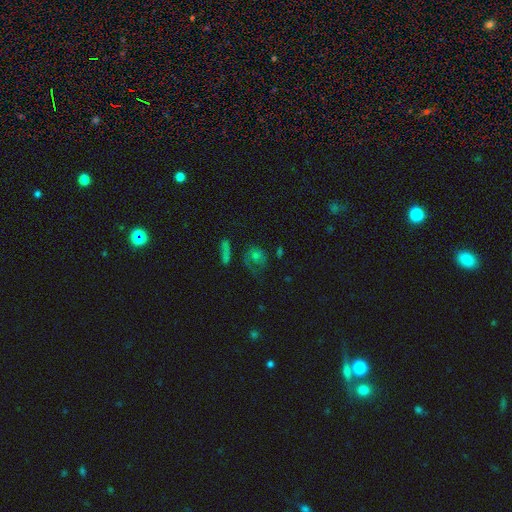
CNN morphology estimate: This appears to be a smooth galaxy with no disk features (40%). Merging: none (48%).